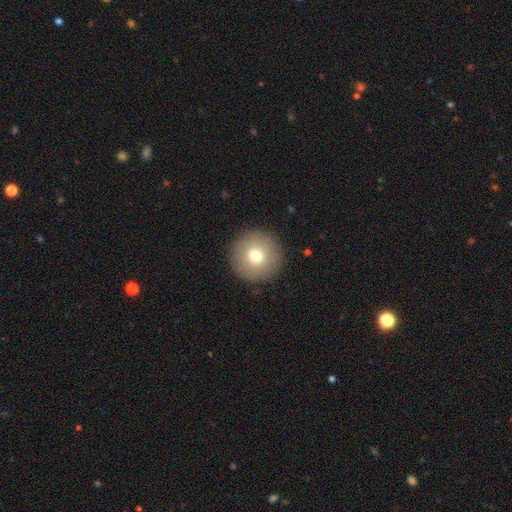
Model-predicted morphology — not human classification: Smooth or featured? Predicted: smooth (p=0.75). How rounded? Predicted: round (p=0.97). Merging? Predicted: none (p=0.92).